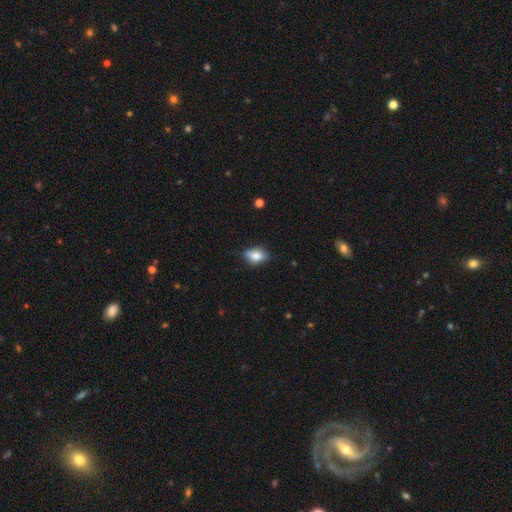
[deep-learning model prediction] This appears to be a smooth galaxy with no disk features (75%) that is in between round and cigar-shaped (82%). Merging: none (75%).